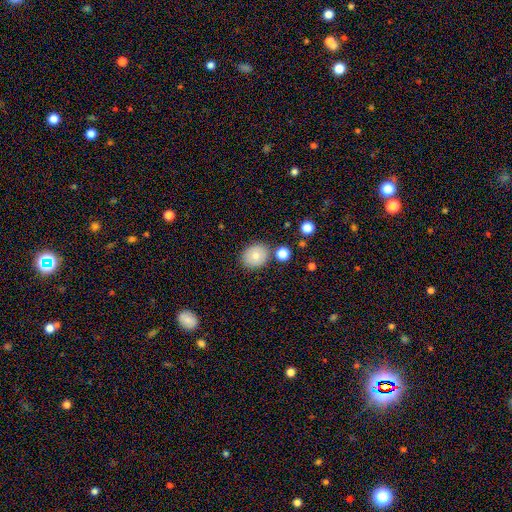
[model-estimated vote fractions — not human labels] Overall: smooth (76%). How rounded: round (70%). Merging: none (82%).